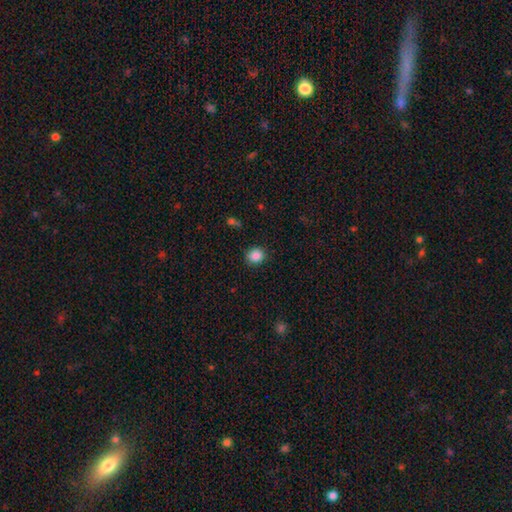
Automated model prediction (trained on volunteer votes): Morphology: type=smooth (86%); roundness=round (78%); merging=none (88%).